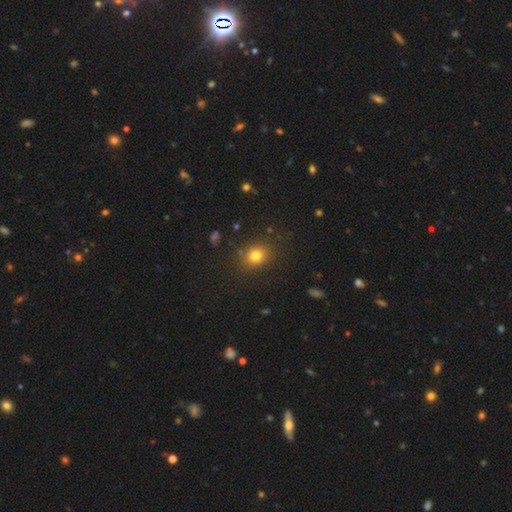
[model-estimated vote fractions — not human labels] Smooth or featured? Predicted: smooth (p=0.78). How rounded? Predicted: round (p=0.76). Merging? Predicted: none (p=0.83).